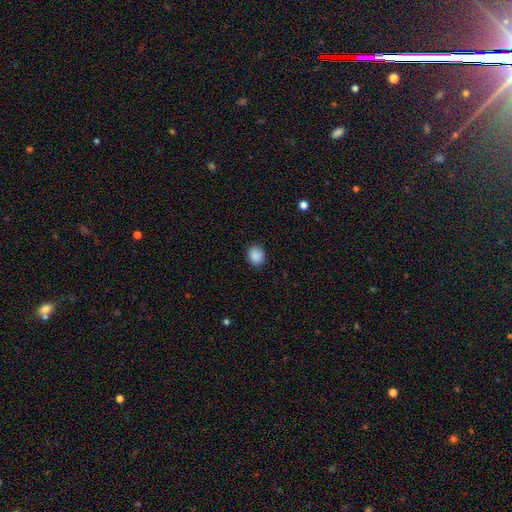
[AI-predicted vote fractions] Morphology: type=smooth (88%); roundness=round (60%); merging=none (87%).